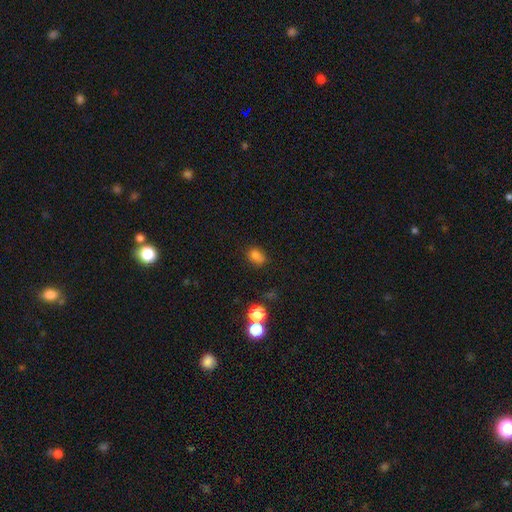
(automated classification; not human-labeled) Smooth or featured: smooth — 76% (star or artifact — 16%)
How rounded: in between — 61% (round — 38%)
Merging: none — 64% (minor disturbance — 19%)